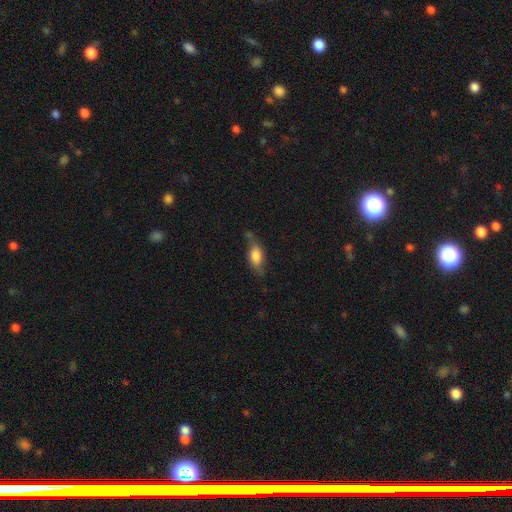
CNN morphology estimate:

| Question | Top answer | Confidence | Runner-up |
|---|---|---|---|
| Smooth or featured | smooth | 62% | featured or disk (30%) |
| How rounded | in between | 80% | cigar-shaped (14%) |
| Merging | none | 56% | minor disturbance (29%) |